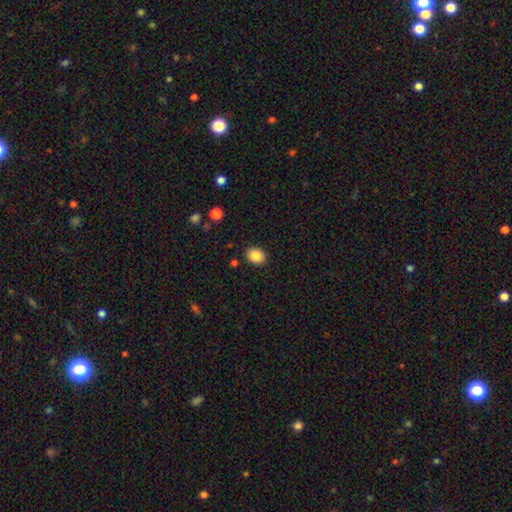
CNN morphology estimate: smooth 87%, star or artifact 9%, featured or disk 4%. Down the decision tree: how rounded — round (55%); merging — none (89%).